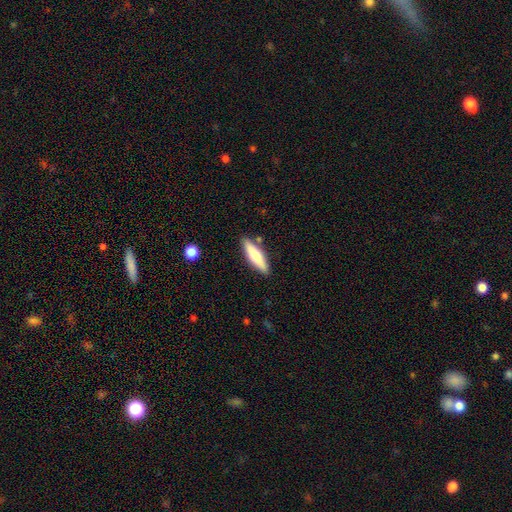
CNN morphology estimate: Q: Smooth or featured?
A: smooth (61%); runner-up: featured or disk (34%)
Q: How rounded?
A: cigar-shaped (70%); runner-up: in between (28%)
Q: Merging?
A: none (85%); runner-up: minor disturbance (10%)